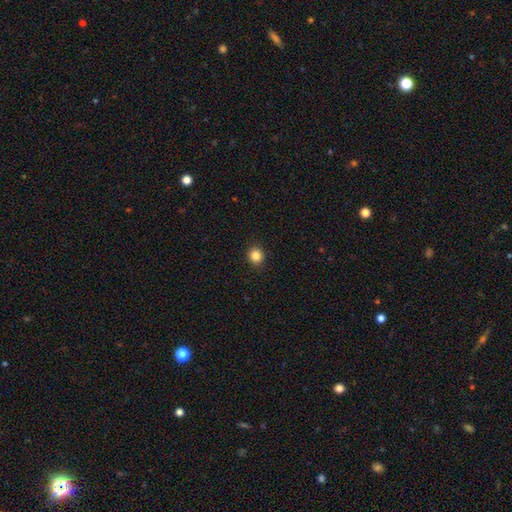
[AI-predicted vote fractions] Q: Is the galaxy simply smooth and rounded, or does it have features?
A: smooth — 85%.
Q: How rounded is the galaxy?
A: round — 86%.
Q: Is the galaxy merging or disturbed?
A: none — 92%.